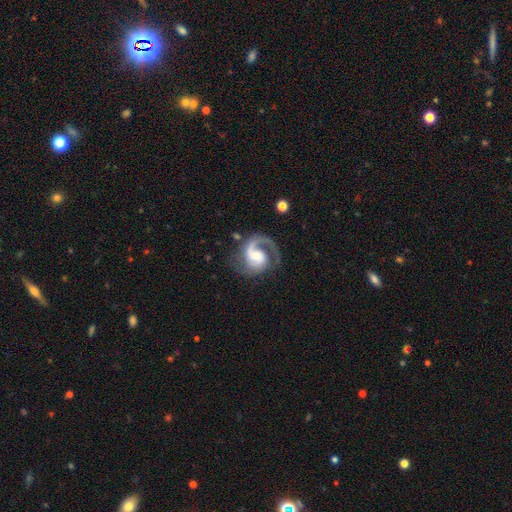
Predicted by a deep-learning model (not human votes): Smooth or featured?
  - featured or disk: 90% *
  - smooth: 6%
  - star or artifact: 4%
Edge-on disk?
  - no: 98% *
  - yes: 2%
Bar?
  - no: 51% *
  - weak: 39%
  - strong: 10%
Spiral arms?
  - yes: 97% *
  - no: 3%
Spiral winding?
  - medium: 51% *
  - tight: 27%
  - loose: 22%
Spiral arm count?
  - 1: 49% *
  - 2: 45%
  - can't tell: 3%
  - 3: 2%
  - 4: 1%
  - more than 4: 1%
Bulge size?
  - moderate: 49% *
  - small: 39%
  - large: 7%
  - none: 4%
  - dominant: 1%
Merging?
  - none: 65% *
  - major disturbance: 17%
  - minor disturbance: 16%
  - merger: 3%